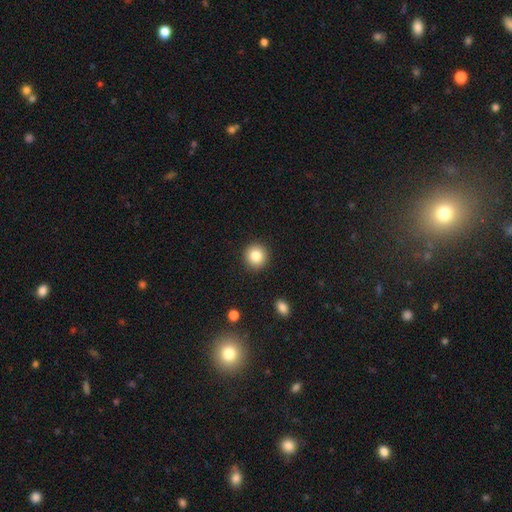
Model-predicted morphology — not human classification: A smooth galaxy with no disk features (83%) that is round (93%). Merging: none (92%).